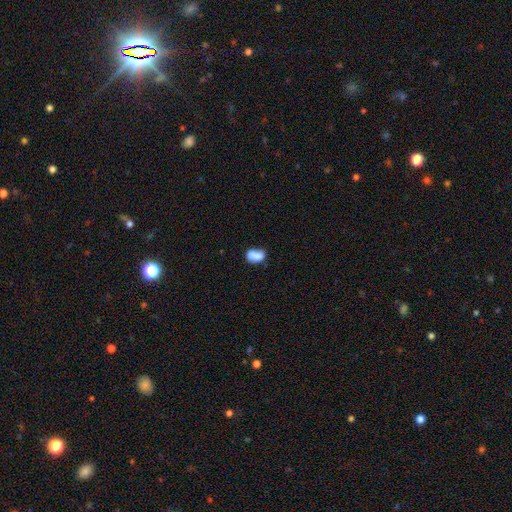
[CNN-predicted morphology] This appears to be a smooth galaxy with no disk features (82%) that is in between round and cigar-shaped (82%). Merging: none (52%).